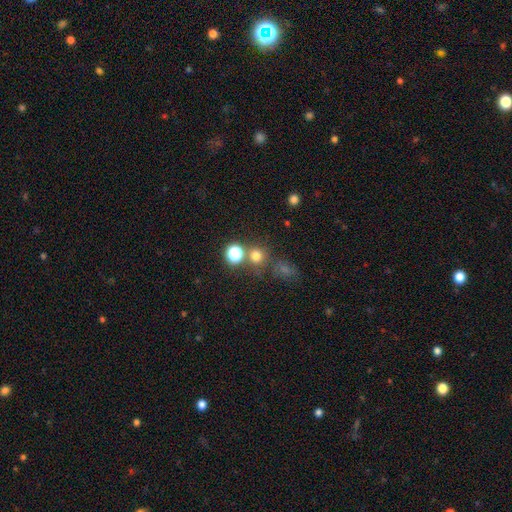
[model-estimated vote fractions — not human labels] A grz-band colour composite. It shows a smooth galaxy with no disk features (70%) that is round (89%). Merging: none (68%).